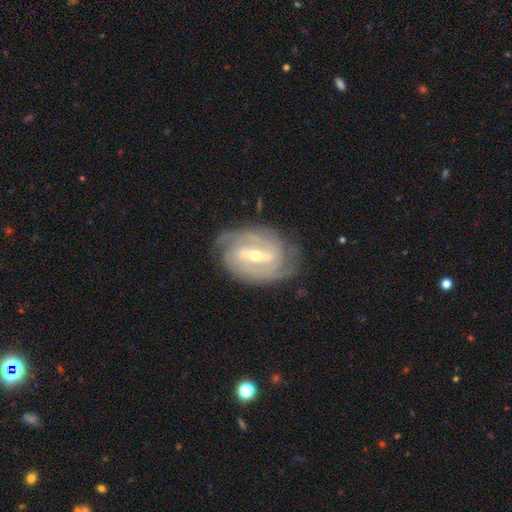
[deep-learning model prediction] Overall: featured or disk (91%). Edge-on disk: no (96%). Bar: strong (59%; weak 32%). Spiral arms: yes (97%). Spiral arm count: 2 (46%; 3 22%). Spiral winding: tight (66%; medium 29%). Bulge size: small (53%; moderate 44%). Merging: none (79%).